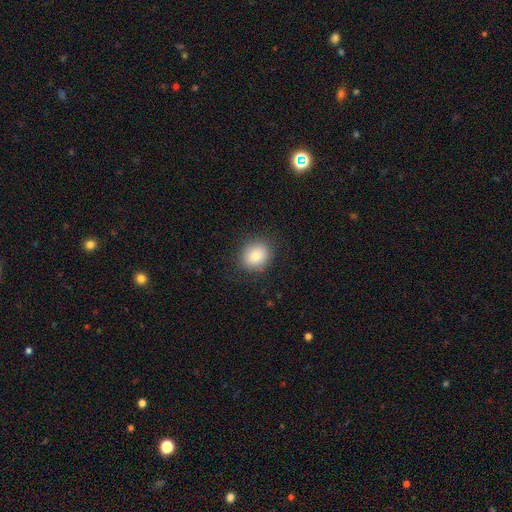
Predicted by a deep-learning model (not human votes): smooth 82%, featured or disk 9%, star or artifact 9%. Down the decision tree: how rounded — round (68%); merging — none (85%).